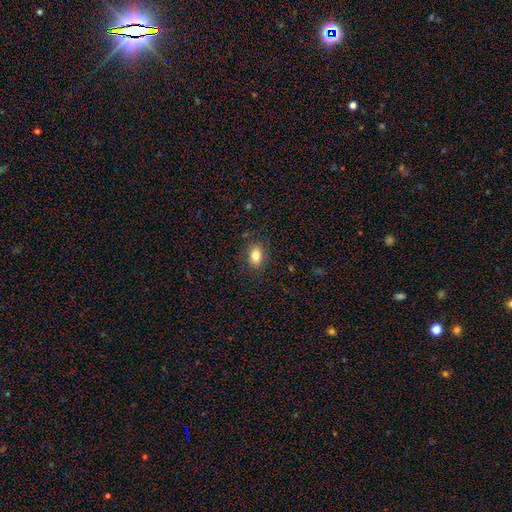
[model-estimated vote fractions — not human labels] This appears to be a smooth galaxy with no disk features (81%) that is in between round and cigar-shaped (74%). Merging: none (86%).